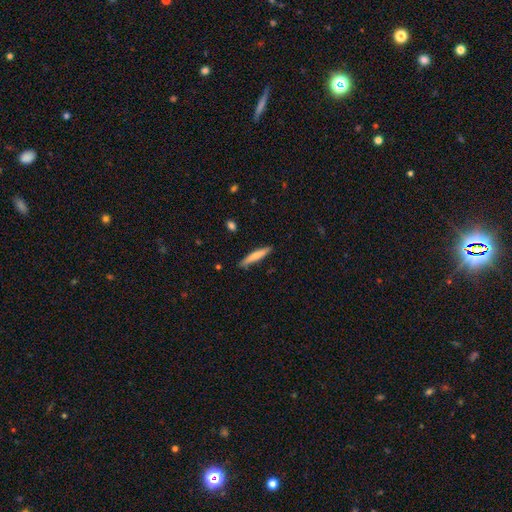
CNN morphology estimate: This is likely a smooth galaxy (71%). How rounded: clearly cigar-shaped (92%). Merging: clearly none (87%).